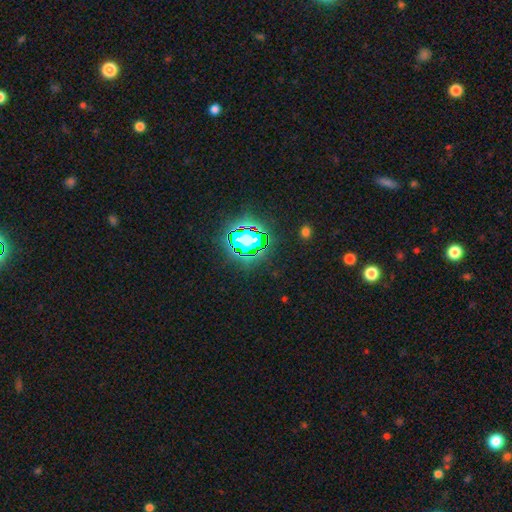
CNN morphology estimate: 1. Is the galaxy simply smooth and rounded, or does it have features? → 77% star or artifact, 15% smooth, 8% featured or disk.